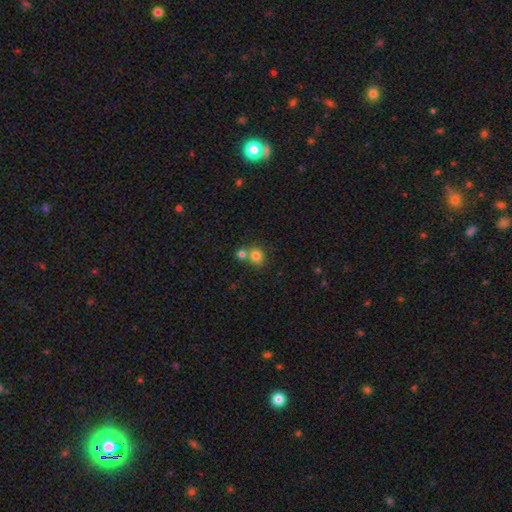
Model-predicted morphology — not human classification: This is clearly a smooth galaxy (80%). How rounded: clearly round (84%). Merging: possibly none (53%).